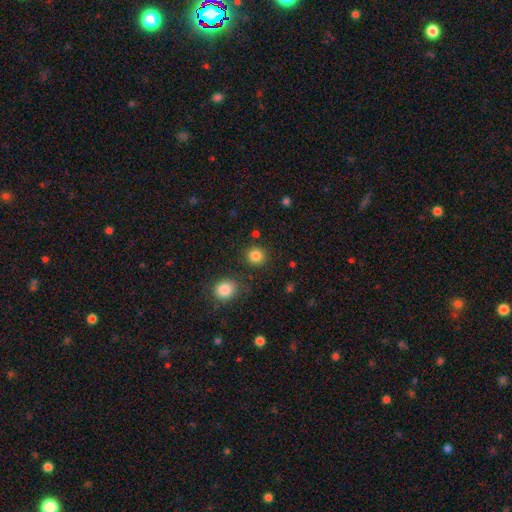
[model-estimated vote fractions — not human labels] Smooth or featured: smooth — 85% (star or artifact — 11%)
How rounded: round — 90% (in between — 9%)
Merging: none — 86% (minor disturbance — 7%)